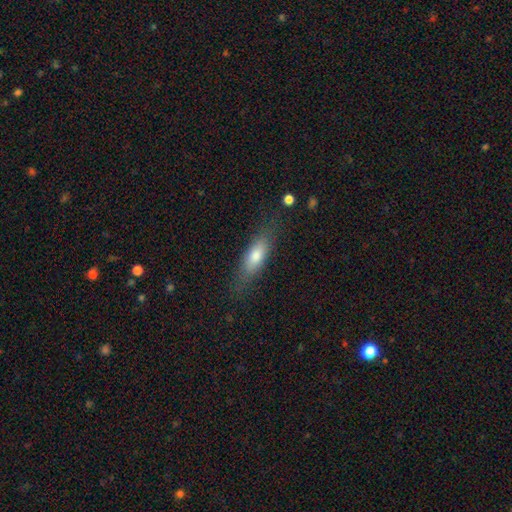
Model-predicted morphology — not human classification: A smooth galaxy with no disk features (71%) that is in between round and cigar-shaped (51%). Merging: none (78%).